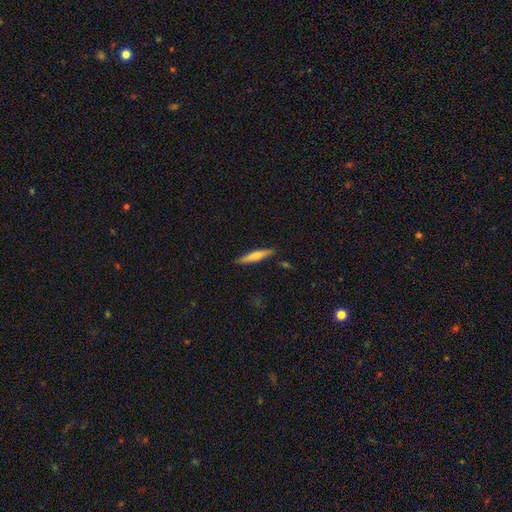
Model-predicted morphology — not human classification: A smooth galaxy with no disk features (53%) that is cigar-shaped (89%).

Vote fractions:
- Smooth or featured? smooth: 53% / featured or disk: 42% / star or artifact: 6%
- How rounded? cigar-shaped: 89% / in between: 9% / round: 2%
- Merging? none: 86% / minor disturbance: 9% / merger: 2% / major disturbance: 2%